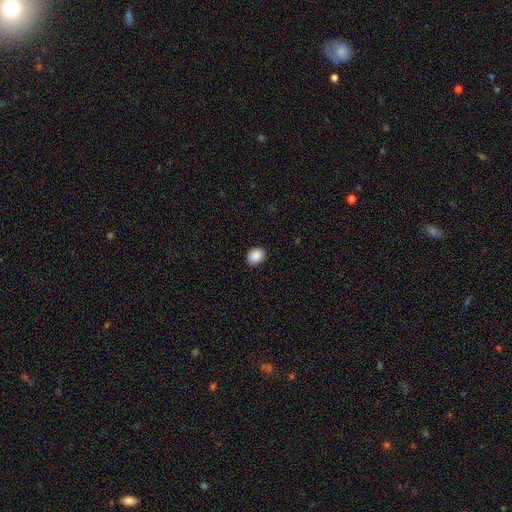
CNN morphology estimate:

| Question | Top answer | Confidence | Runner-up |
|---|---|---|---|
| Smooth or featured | smooth | 89% | star or artifact (8%) |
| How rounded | round | 50% | in between (49%) |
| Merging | none | 89% | minor disturbance (8%) |